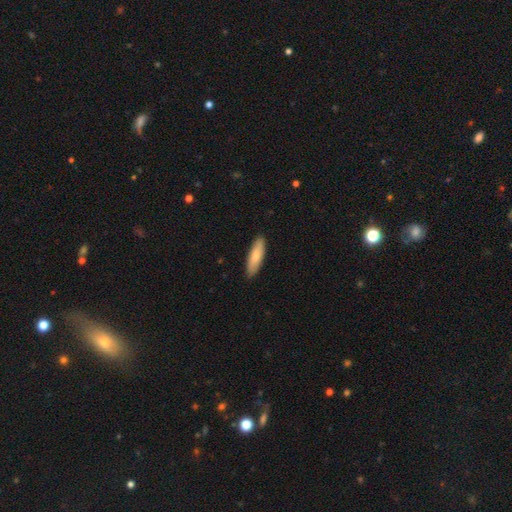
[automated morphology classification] Smooth or featured?
  - smooth: 82% *
  - featured or disk: 13%
  - star or artifact: 5%
How rounded?
  - cigar-shaped: 58% *
  - in between: 40%
  - round: 1%
Merging?
  - none: 89% *
  - minor disturbance: 9%
  - major disturbance: 2%
  - merger: 1%